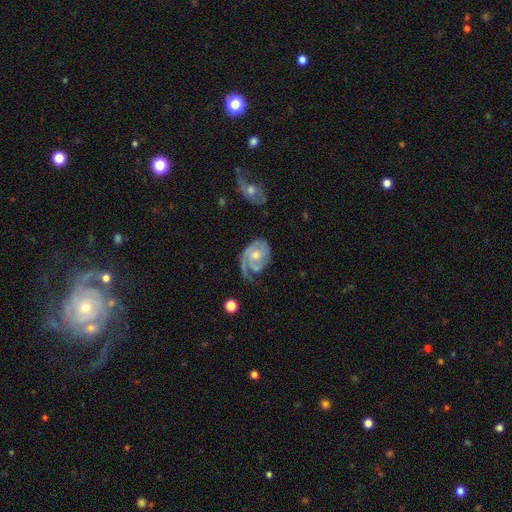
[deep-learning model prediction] featured or disk 79%, smooth 16%, star or artifact 5%. Down the decision tree: edge-on disk — no (97%); bar — no (74%); spiral arms — yes (91%); spiral arm count — 1 (56%); spiral winding — tight (52%); bulge size — moderate (59%); merging — none (43%).